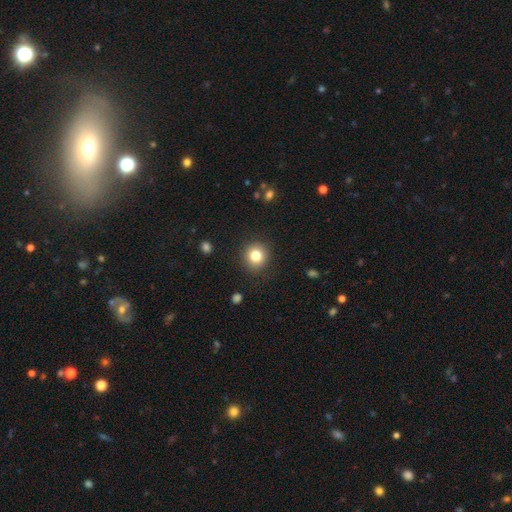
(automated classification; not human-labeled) smooth_or_featured: smooth (p=0.80) [alt: star or artifact p=0.11]
how_rounded: round (p=0.89) [alt: in between p=0.10]
merging: none (p=0.89) [alt: minor disturbance p=0.07]